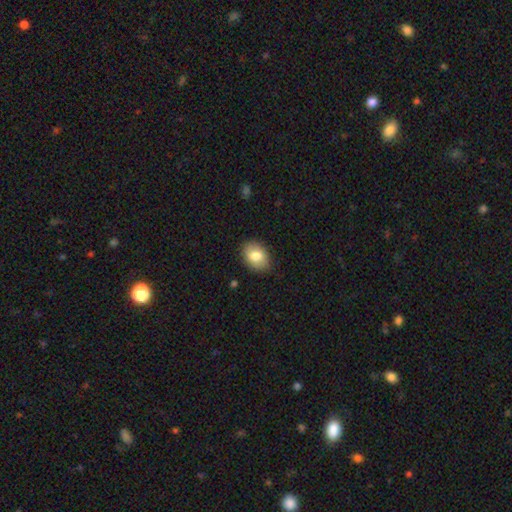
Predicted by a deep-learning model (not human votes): smooth 81%, featured or disk 12%, star or artifact 7%. Down the decision tree: how rounded — in between (80%); merging — none (85%).